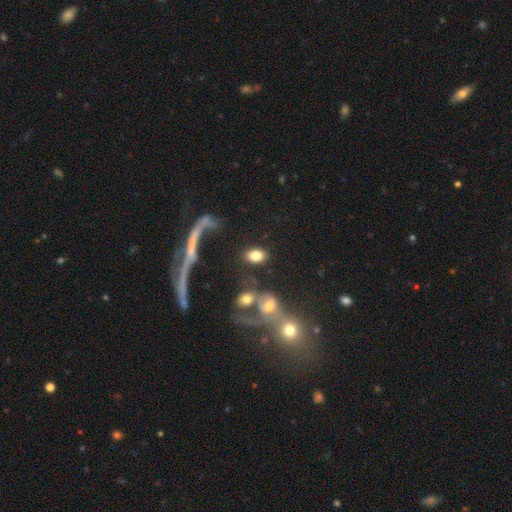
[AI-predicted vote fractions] Smooth or featured? Predicted: smooth (p=0.81). How rounded? Predicted: in between (p=0.85). Merging? Predicted: none (p=0.66).